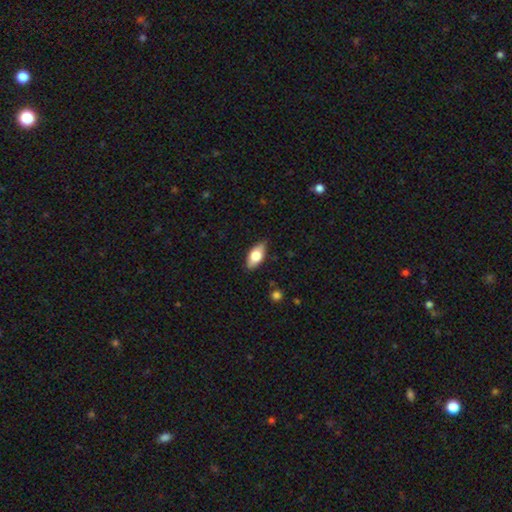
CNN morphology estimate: Q: Smooth or featured?
A: smooth (70%); runner-up: featured or disk (23%)
Q: How rounded?
A: in between (88%); runner-up: cigar-shaped (9%)
Q: Merging?
A: none (85%); runner-up: minor disturbance (12%)